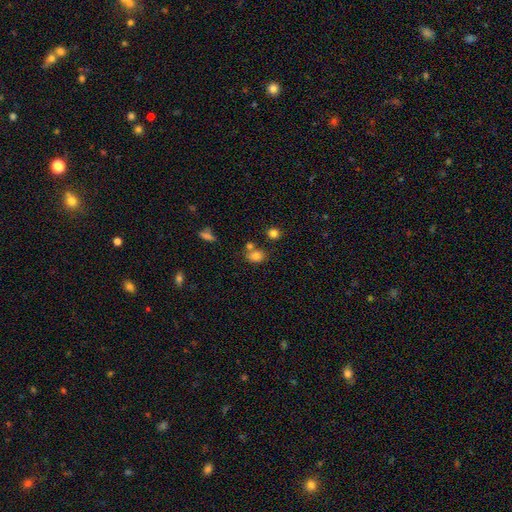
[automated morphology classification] Smooth or featured? Predicted: smooth (p=0.79). How rounded? Predicted: in between (p=0.53). Merging? Predicted: none (p=0.59).